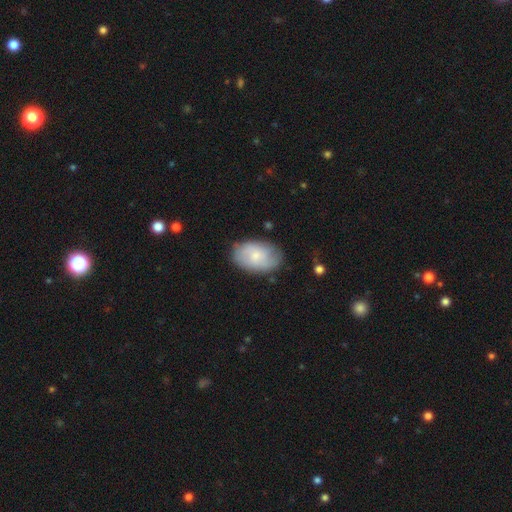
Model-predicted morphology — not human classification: Q: Smooth or featured?
A: smooth (61%); runner-up: featured or disk (33%)
Q: How rounded?
A: in between (89%); runner-up: round (9%)
Q: Merging?
A: none (77%); runner-up: minor disturbance (17%)